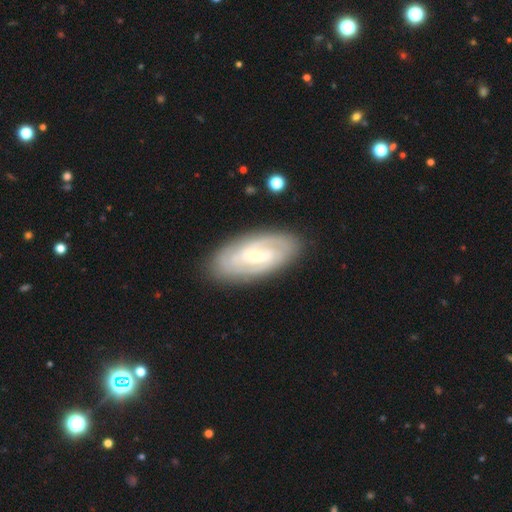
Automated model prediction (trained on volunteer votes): This appears to be a featured or disk galaxy (79%) with a weak bar (46%), 2 (48%) tight (62%) spiral arms (88%) and a small central bulge (66%). Merging: none (84%).